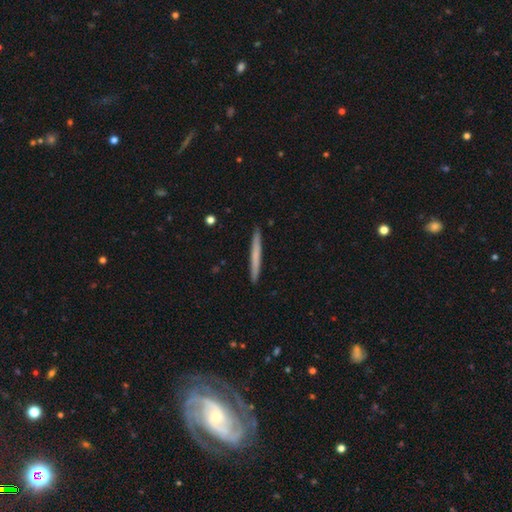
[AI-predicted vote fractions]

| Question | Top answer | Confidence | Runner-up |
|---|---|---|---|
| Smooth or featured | smooth | 63% | featured or disk (31%) |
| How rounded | cigar-shaped | 97% | in between (2%) |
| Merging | none | 92% | minor disturbance (5%) |